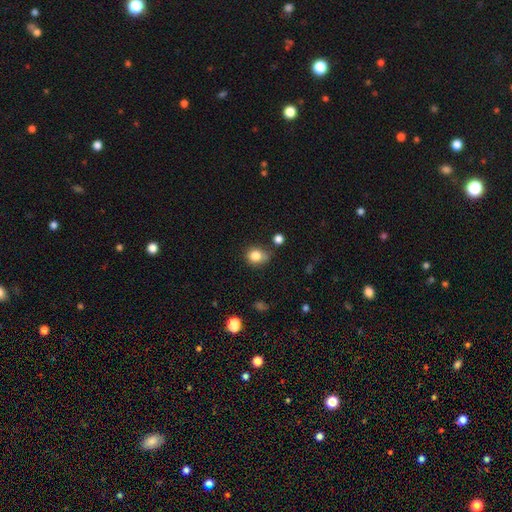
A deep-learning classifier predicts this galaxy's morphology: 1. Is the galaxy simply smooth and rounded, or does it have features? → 82% smooth, 11% star or artifact, 7% featured or disk.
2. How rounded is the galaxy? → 68% round, 31% in between, 1% cigar-shaped.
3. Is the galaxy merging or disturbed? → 58% none, 26% minor disturbance, 8% merger, 8% major disturbance.